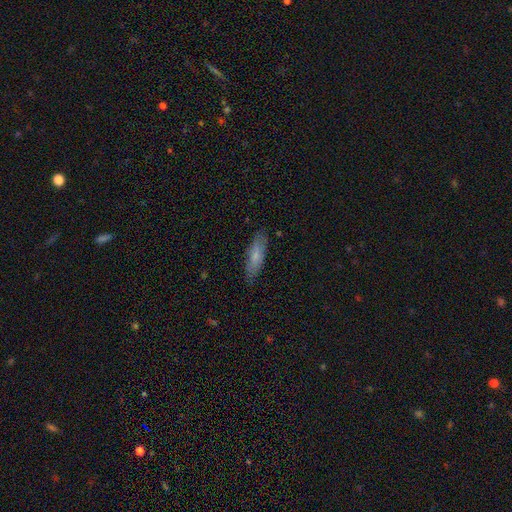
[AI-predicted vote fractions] A smooth galaxy with no disk features (70%) that is cigar-shaped (56%).

Vote fractions:
- Smooth or featured? smooth: 70% / featured or disk: 24% / star or artifact: 6%
- How rounded? cigar-shaped: 56% / in between: 42% / round: 2%
- Merging? none: 83% / minor disturbance: 13% / major disturbance: 3% / merger: 1%